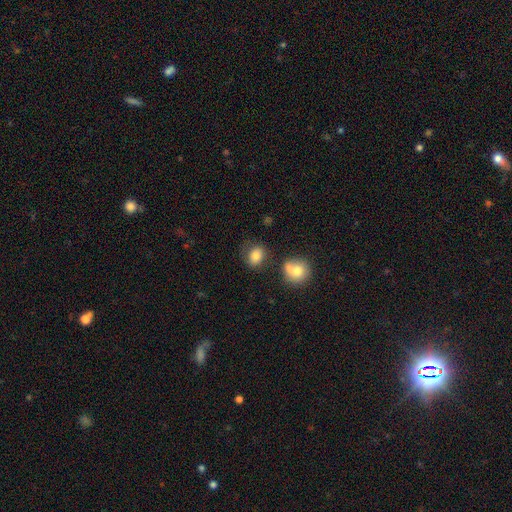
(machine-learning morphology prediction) Smooth or featured: smooth — 81% (star or artifact — 10%)
How rounded: in between — 51% (round — 48%)
Merging: none — 65% (minor disturbance — 19%)